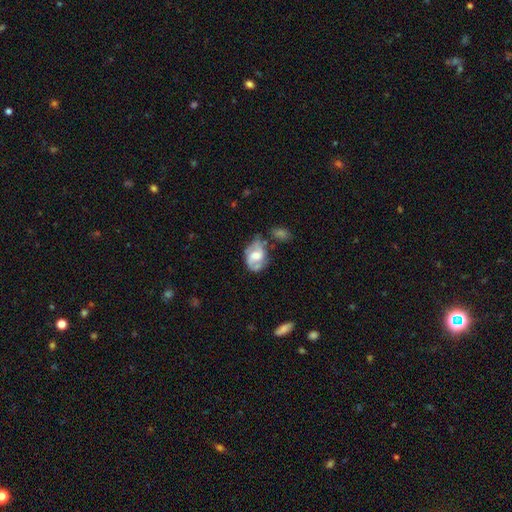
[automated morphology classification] smooth_or_featured: featured or disk (p=0.64) [alt: smooth p=0.29]
disk_edge_on: no (p=0.97) [alt: yes p=0.03]
bar: weak (p=0.45) [alt: no p=0.44]
has_spiral_arms: yes (p=0.83) [alt: no p=0.17]
spiral_winding: medium (p=0.46) [alt: loose p=0.31]
spiral_arm_count: 2 (p=0.73) [alt: can't tell p=0.12]
bulge_size: moderate (p=0.49) [alt: large p=0.24]
merging: none (p=0.43) [alt: minor disturbance p=0.28]